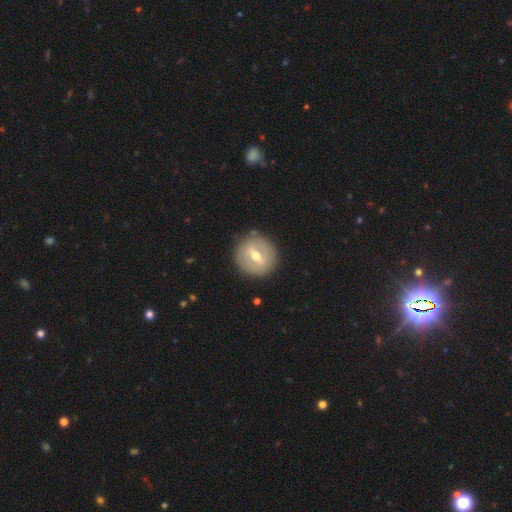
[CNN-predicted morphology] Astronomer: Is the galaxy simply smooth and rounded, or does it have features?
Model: featured or disk — 61%.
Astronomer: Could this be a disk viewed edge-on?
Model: no — 87%.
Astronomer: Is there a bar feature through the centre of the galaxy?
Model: strong — 51% (runner-up: weak, 38%).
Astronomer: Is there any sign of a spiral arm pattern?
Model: no — 81%.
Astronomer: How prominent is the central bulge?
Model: moderate — 72%.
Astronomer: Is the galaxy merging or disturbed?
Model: none — 86%.